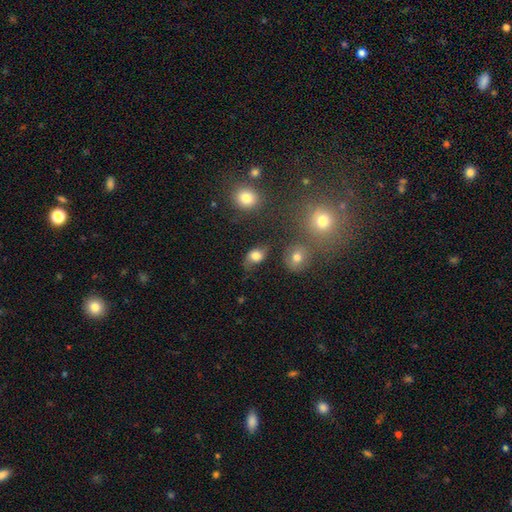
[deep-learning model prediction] Smooth or featured? smooth (73%)
How rounded? in between (64%)
Merging? none (56%)